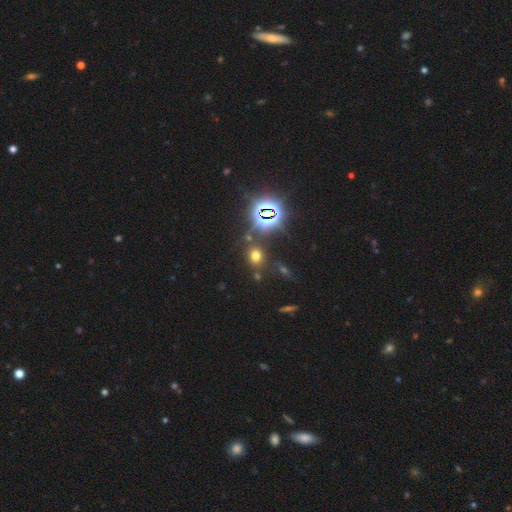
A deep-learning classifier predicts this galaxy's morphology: Overall: smooth (58%; star or artifact 33%). How rounded: round (64%; in between 35%). Merging: none (78%).